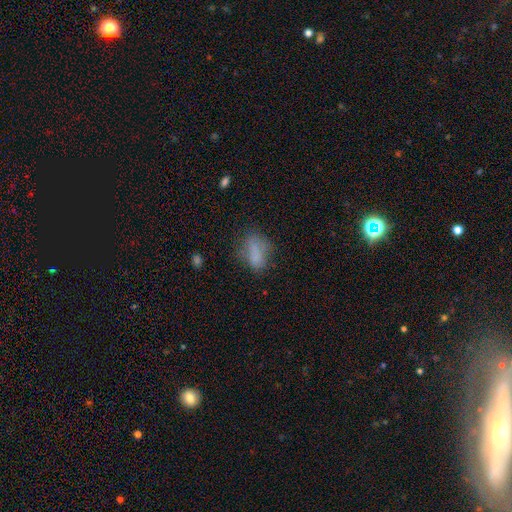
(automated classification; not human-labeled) A smooth galaxy with no disk features (75%) that is in between round and cigar-shaped (82%). Merging: none (53%).